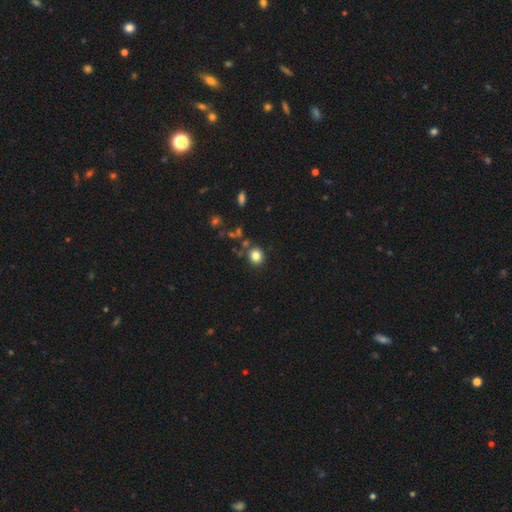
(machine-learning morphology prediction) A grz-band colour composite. It shows a smooth galaxy with no disk features (82%) that is round (75%). Merging: none (80%).